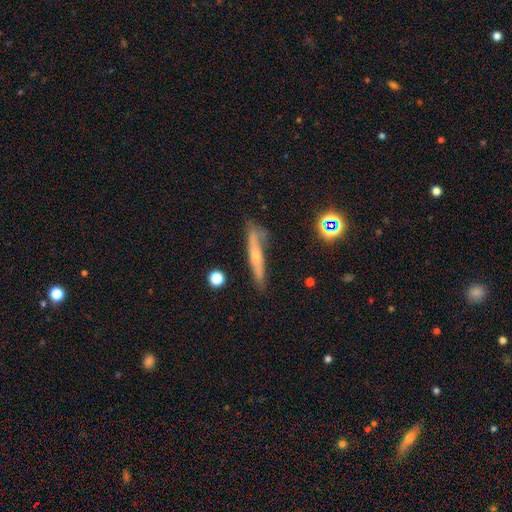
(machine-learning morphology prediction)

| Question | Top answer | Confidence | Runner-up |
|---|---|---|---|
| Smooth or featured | featured or disk | 56% | smooth (35%) |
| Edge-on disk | yes | 88% | no (12%) |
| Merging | none | 70% | minor disturbance (21%) |